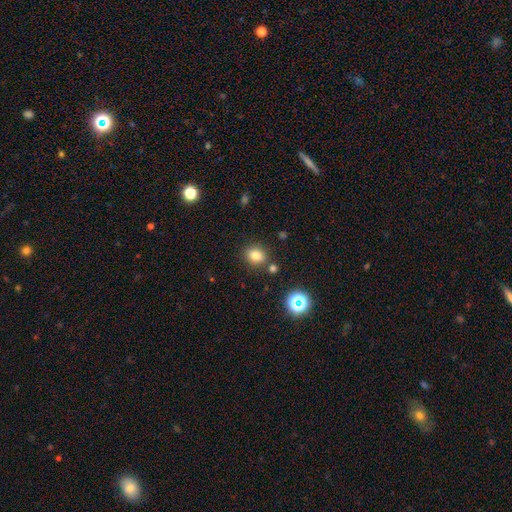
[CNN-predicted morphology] This appears to be a smooth galaxy with no disk features (78%) that is round (56%). Merging: none (80%).